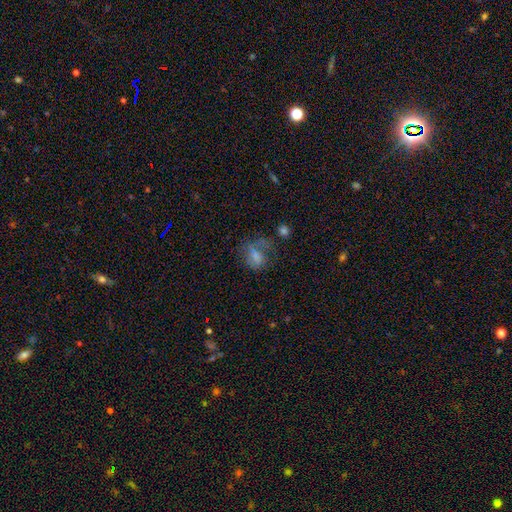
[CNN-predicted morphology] Overall: smooth (58%; featured or disk 28%). How rounded: in between (65%; round 33%). Merging: none (36%; major disturbance 35%).